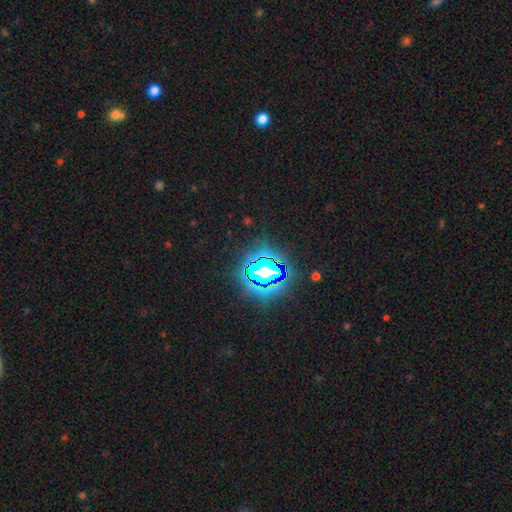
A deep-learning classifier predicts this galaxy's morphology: A star or artifact, not a galaxy (83%).